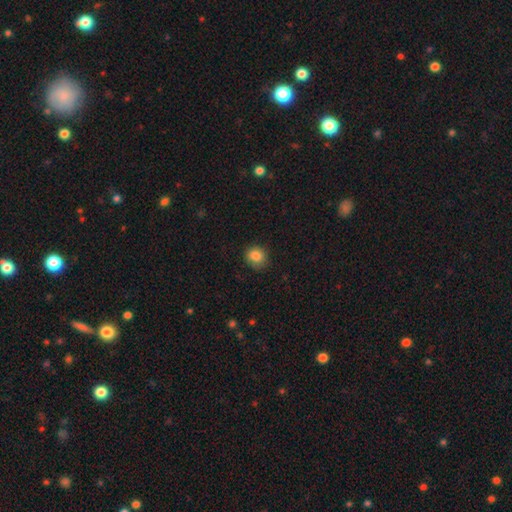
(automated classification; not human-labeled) A smooth galaxy with no disk features (86%) that is round (80%). Merging: none (81%).